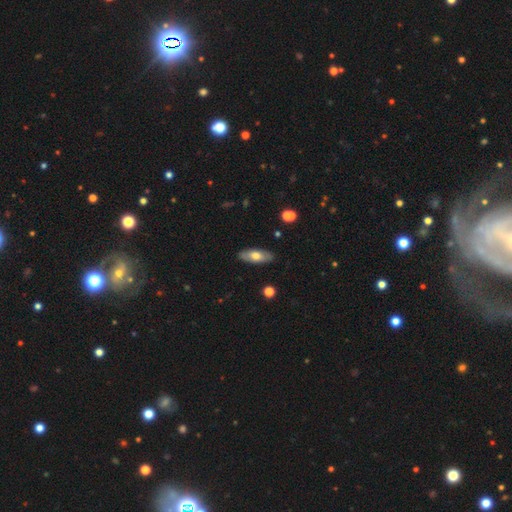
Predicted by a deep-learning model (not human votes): A smooth galaxy with no disk features (58%) that is in between round and cigar-shaped (75%). Merging: none (87%).